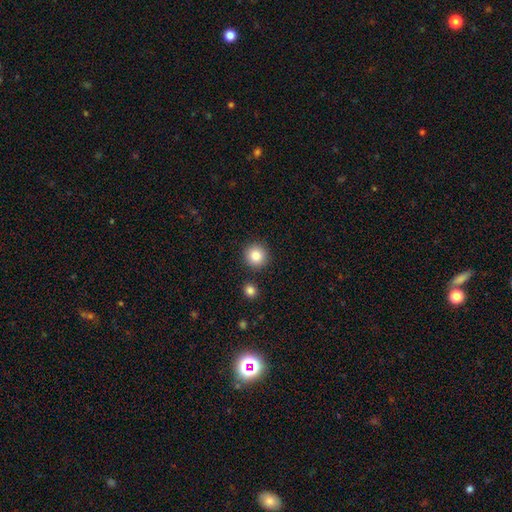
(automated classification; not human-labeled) Morphology: type=smooth (86%); roundness=round (94%); merging=none (88%).